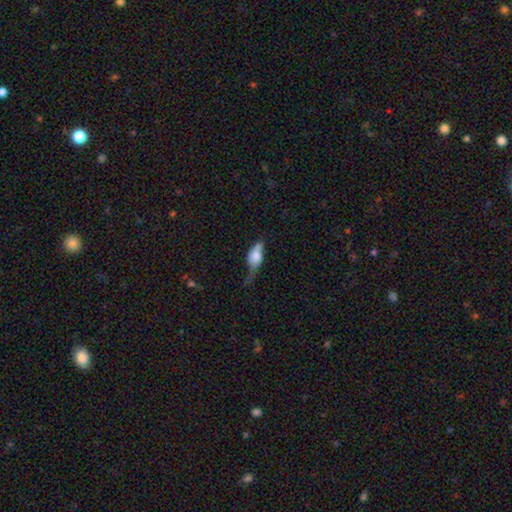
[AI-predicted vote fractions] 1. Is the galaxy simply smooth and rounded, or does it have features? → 59% smooth, 33% featured or disk, 8% star or artifact.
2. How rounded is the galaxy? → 83% in between, 11% cigar-shaped, 6% round.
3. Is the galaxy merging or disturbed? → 38% major disturbance, 34% minor disturbance, 22% none, 5% merger.